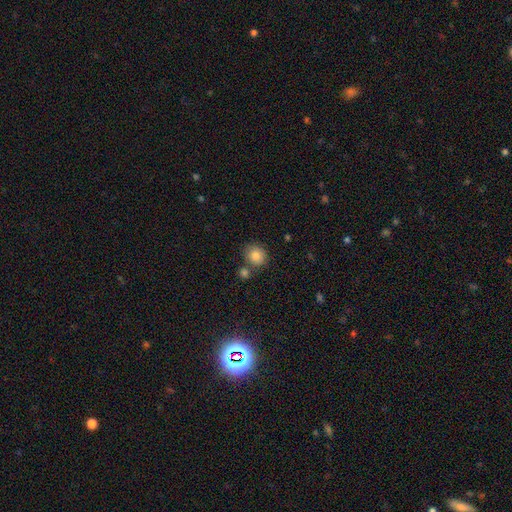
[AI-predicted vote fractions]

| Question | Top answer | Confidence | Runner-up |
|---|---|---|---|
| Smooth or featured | smooth | 84% | star or artifact (9%) |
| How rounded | round | 84% | in between (15%) |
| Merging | none | 70% | merger (16%) |